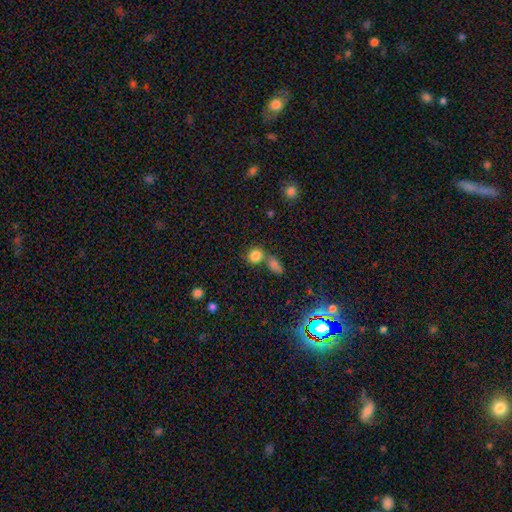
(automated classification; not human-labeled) Morphology: type=smooth (82%); roundness=round (80%); merging=none (56%).